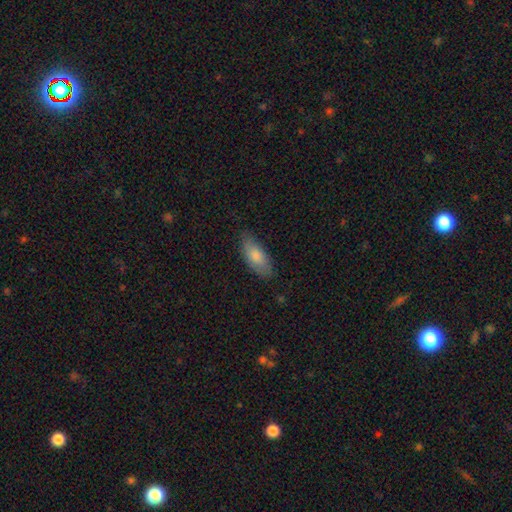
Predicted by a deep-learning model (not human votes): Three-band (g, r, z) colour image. It shows a smooth galaxy with no disk features (81%) that is in between round and cigar-shaped (83%). Merging: none (79%).